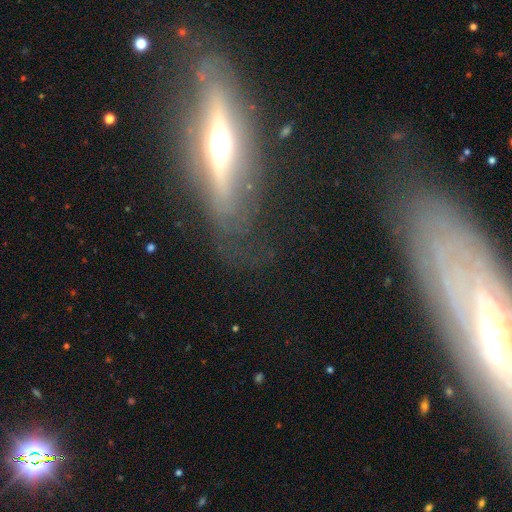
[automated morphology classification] The model was most divided on "edge-on disk": yes: 69%, no: 31%. More confident: smooth or featured — featured or disk (70%); merging — none (64%).